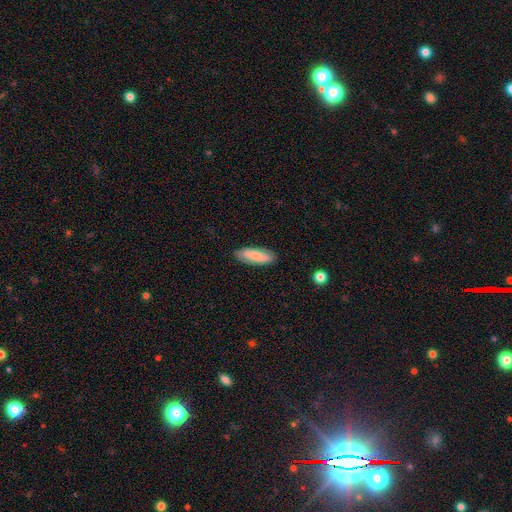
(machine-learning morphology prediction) smooth_or_featured: smooth (p=0.78) [alt: featured or disk p=0.16]
how_rounded: in between (p=0.57) [alt: cigar-shaped p=0.41]
merging: none (p=0.84) [alt: minor disturbance p=0.12]